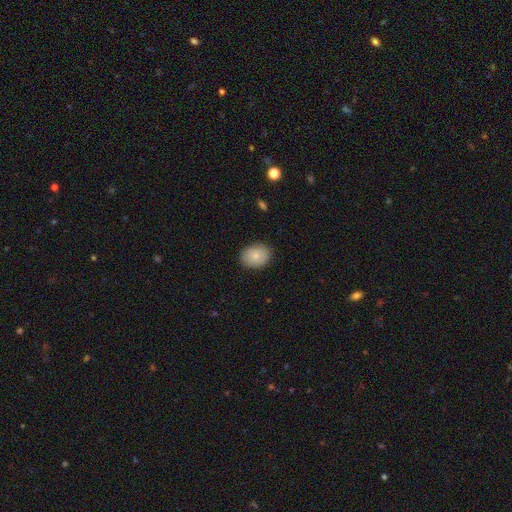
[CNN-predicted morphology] smooth 85%, featured or disk 8%, star or artifact 8%. Down the decision tree: how rounded — in between (61%); merging — none (86%).